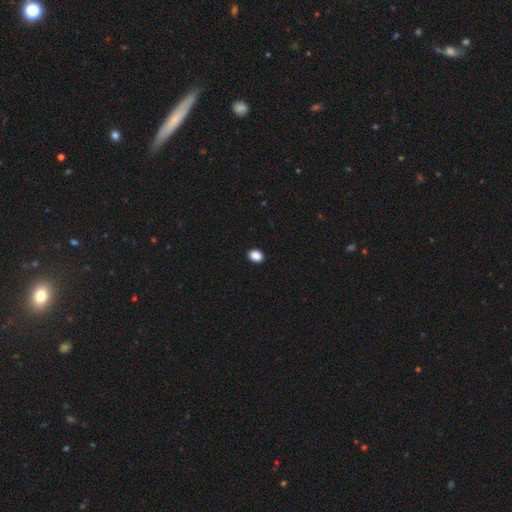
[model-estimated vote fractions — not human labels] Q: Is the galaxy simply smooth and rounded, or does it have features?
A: smooth — 89%.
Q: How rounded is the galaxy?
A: in between — 59%.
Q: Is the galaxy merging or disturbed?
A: none — 92%.